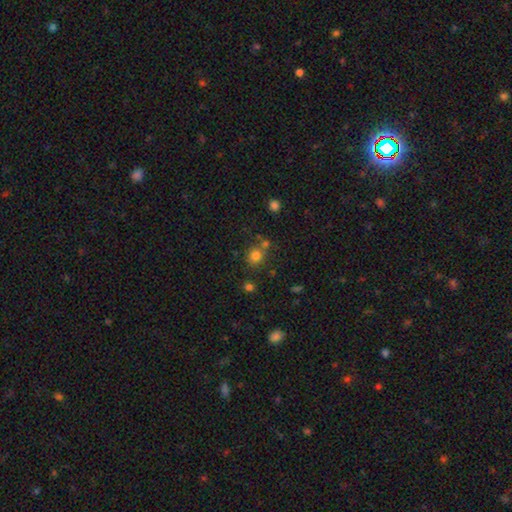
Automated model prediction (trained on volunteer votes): smooth 77%, star or artifact 16%, featured or disk 8%. Down the decision tree: how rounded — round (84%); merging — none (65%).